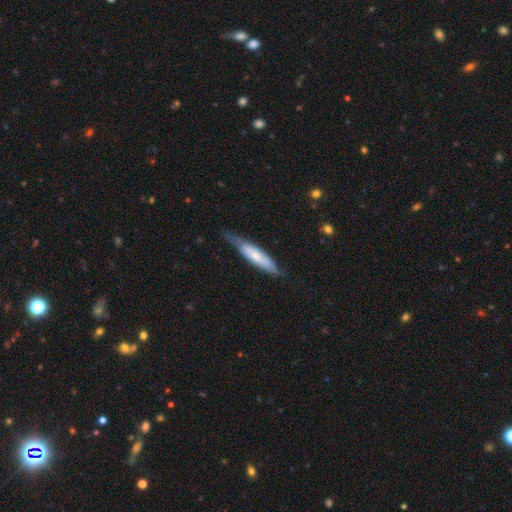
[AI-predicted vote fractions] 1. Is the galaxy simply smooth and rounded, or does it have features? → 49% smooth, 46% featured or disk, 5% star or artifact.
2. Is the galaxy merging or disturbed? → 63% none, 28% minor disturbance, 7% major disturbance, 2% merger.